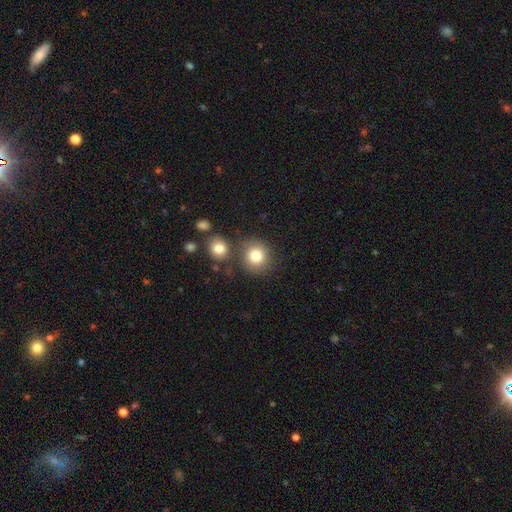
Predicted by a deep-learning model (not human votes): smooth-or-featured: smooth: 80% | star or artifact: 10% | featured or disk: 9%
  how-rounded: round: 88% | in between: 11% | cigar-shaped: 1%
  merging: none: 73% | merger: 13% | minor disturbance: 10% | major disturbance: 4%